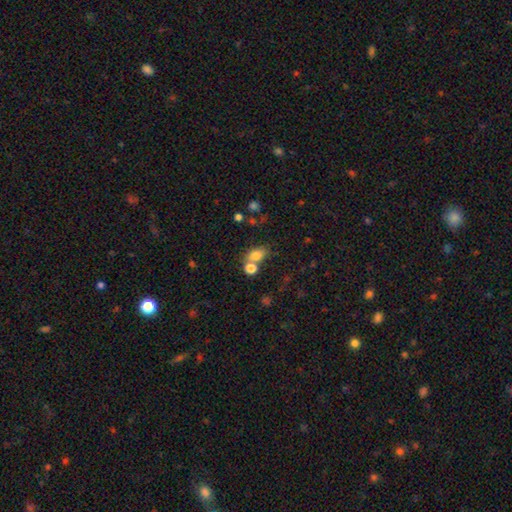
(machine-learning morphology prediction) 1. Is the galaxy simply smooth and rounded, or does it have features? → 77% smooth, 13% star or artifact, 11% featured or disk.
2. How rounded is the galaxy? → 68% in between, 29% round, 2% cigar-shaped.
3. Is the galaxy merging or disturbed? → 51% none, 32% merger, 12% minor disturbance, 5% major disturbance.